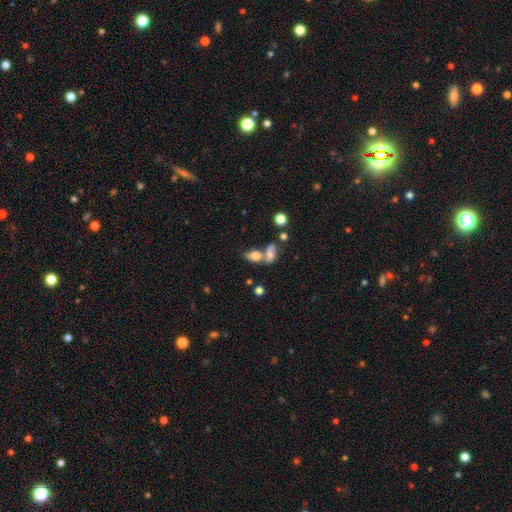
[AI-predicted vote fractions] Smooth or featured?
  - smooth: 74% *
  - featured or disk: 15%
  - star or artifact: 11%
How rounded?
  - in between: 80% *
  - round: 13%
  - cigar-shaped: 7%
Merging?
  - merger: 55% *
  - none: 30%
  - minor disturbance: 10%
  - major disturbance: 6%